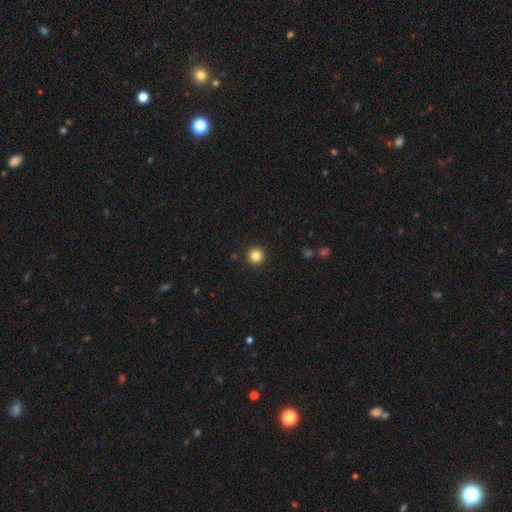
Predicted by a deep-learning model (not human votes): This appears to be a smooth galaxy with no disk features (84%) that is round (96%). Merging: none (93%).